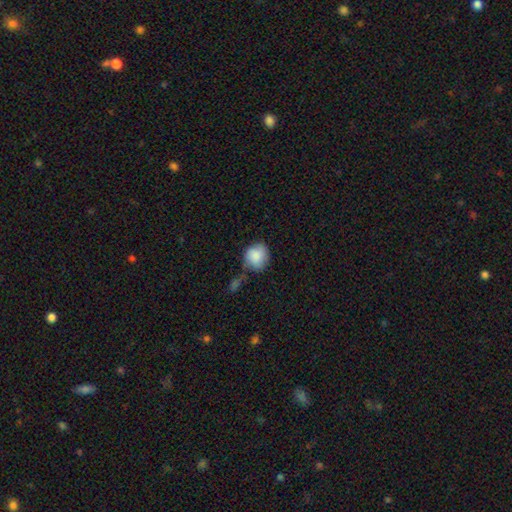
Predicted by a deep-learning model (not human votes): smooth_or_featured: smooth (p=0.86) [alt: featured or disk p=0.08]
how_rounded: round (p=0.75) [alt: in between p=0.24]
merging: none (p=0.52) [alt: minor disturbance p=0.28]